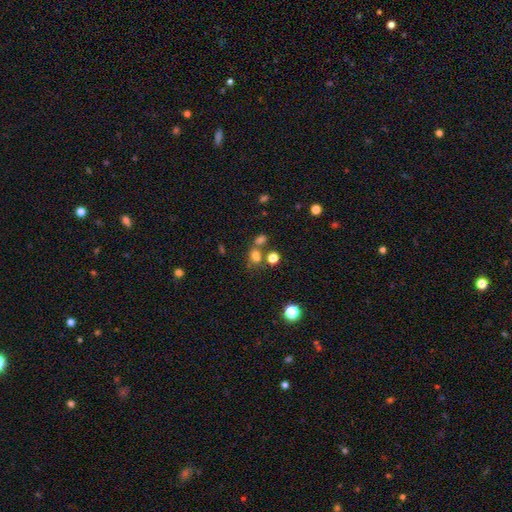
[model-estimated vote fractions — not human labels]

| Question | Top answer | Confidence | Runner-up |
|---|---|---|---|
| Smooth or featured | smooth | 70% | star or artifact (20%) |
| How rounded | round | 50% | in between (49%) |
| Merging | none | 52% | merger (30%) |